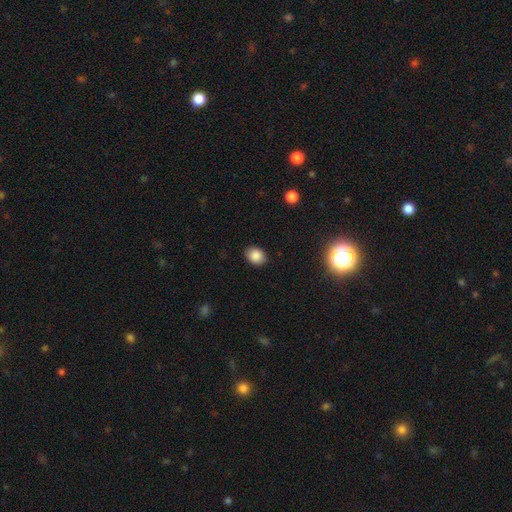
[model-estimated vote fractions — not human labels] Smooth or featured: smooth — 86% (star or artifact — 10%)
How rounded: in between — 59% (round — 40%)
Merging: none — 88% (minor disturbance — 8%)